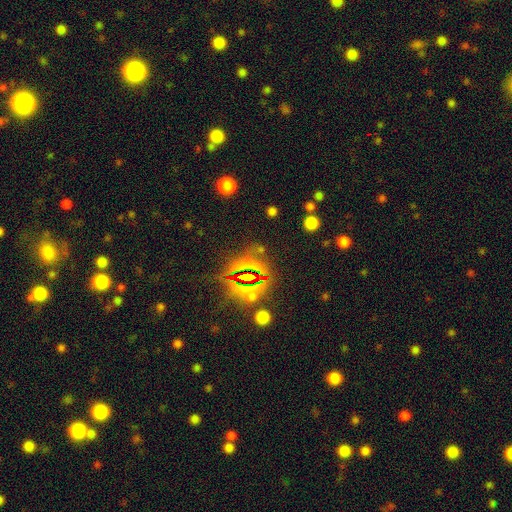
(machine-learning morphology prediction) The model was most divided on "smooth or featured": star or artifact: 81%, smooth: 11%, featured or disk: 8%.